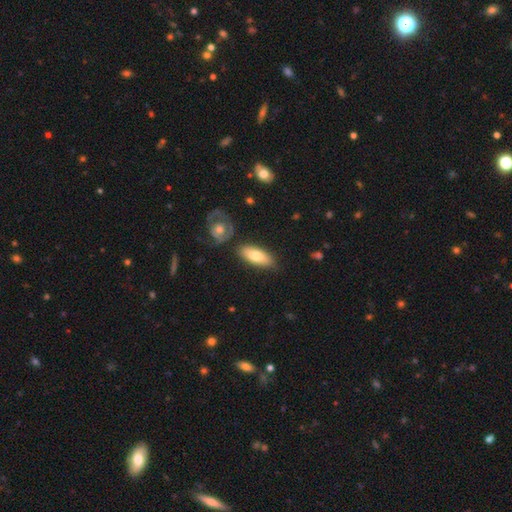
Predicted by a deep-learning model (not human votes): Morphology: type=smooth (73%); roundness=in between (81%); merging=none (79%).